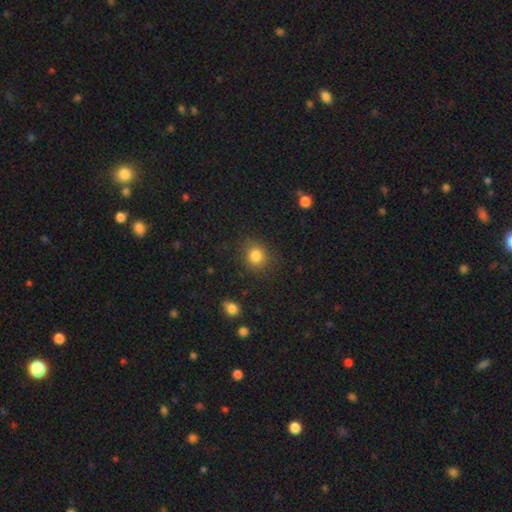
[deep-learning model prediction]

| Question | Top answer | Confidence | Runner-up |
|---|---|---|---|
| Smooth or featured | smooth | 84% | star or artifact (11%) |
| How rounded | round | 79% | in between (20%) |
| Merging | none | 83% | minor disturbance (11%) |